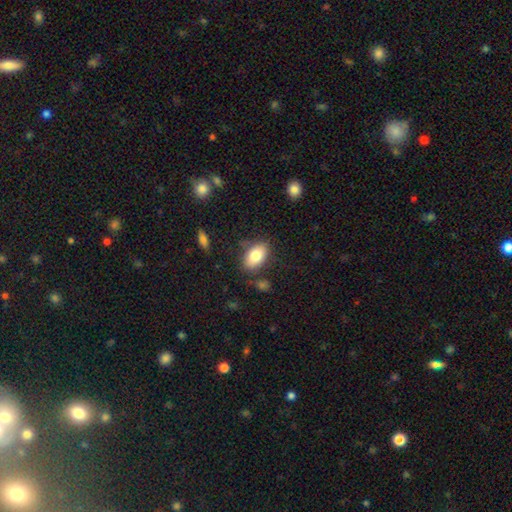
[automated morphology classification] type=smooth (81%); roundness=in between (91%); merging=none (77%).